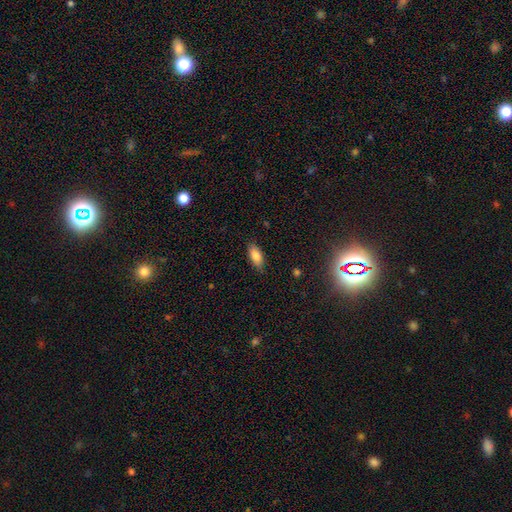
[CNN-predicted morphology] Q: Smooth or featured?
A: smooth (83%); runner-up: featured or disk (10%)
Q: How rounded?
A: in between (85%); runner-up: cigar-shaped (13%)
Q: Merging?
A: none (85%); runner-up: minor disturbance (12%)